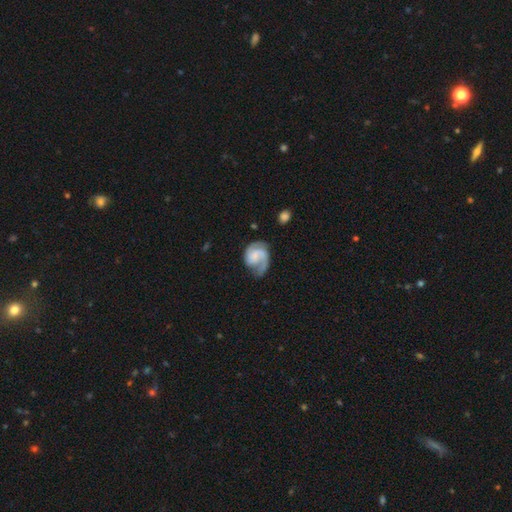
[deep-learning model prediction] Smooth or featured?
  - featured or disk: 82% *
  - smooth: 13%
  - star or artifact: 5%
Edge-on disk?
  - no: 98% *
  - yes: 2%
Bar?
  - no: 51% *
  - weak: 39%
  - strong: 10%
Spiral arms?
  - yes: 96% *
  - no: 4%
Spiral winding?
  - medium: 47% *
  - tight: 34%
  - loose: 19%
Spiral arm count?
  - 2: 72% *
  - 1: 18%
  - can't tell: 5%
  - 3: 3%
  - 4: 1%
  - more than 4: 1%
Bulge size?
  - none: 46% *
  - small: 31%
  - moderate: 16%
  - large: 6%
  - dominant: 2%
Merging?
  - none: 61% *
  - minor disturbance: 22%
  - major disturbance: 15%
  - merger: 2%